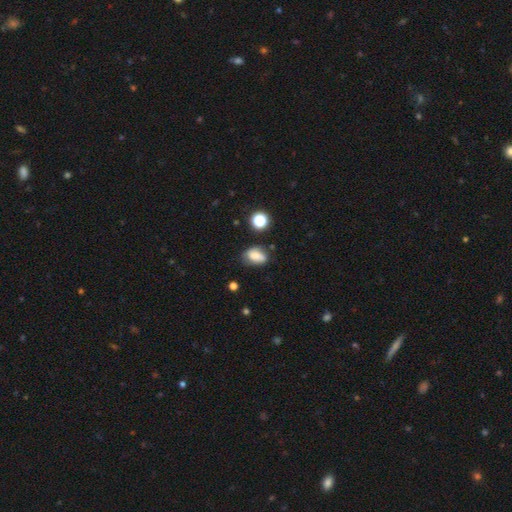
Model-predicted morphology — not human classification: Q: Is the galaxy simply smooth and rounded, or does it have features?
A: smooth — 71%.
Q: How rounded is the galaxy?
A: in between — 79%.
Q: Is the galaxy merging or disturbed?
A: none — 61%.